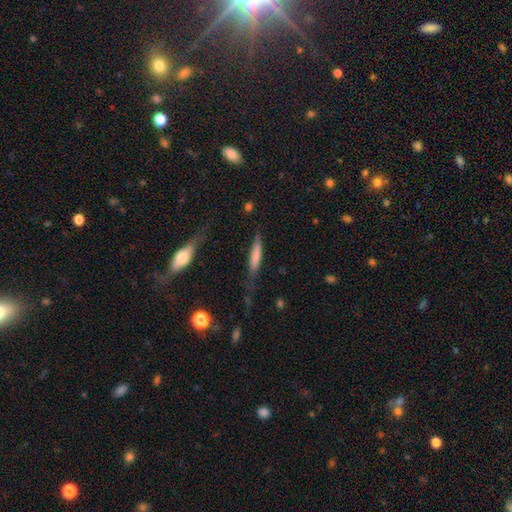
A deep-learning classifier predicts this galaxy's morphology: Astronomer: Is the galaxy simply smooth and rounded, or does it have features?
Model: smooth — 66%.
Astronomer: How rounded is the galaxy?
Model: cigar-shaped — 89%.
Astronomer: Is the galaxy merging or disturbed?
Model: none — 63%.